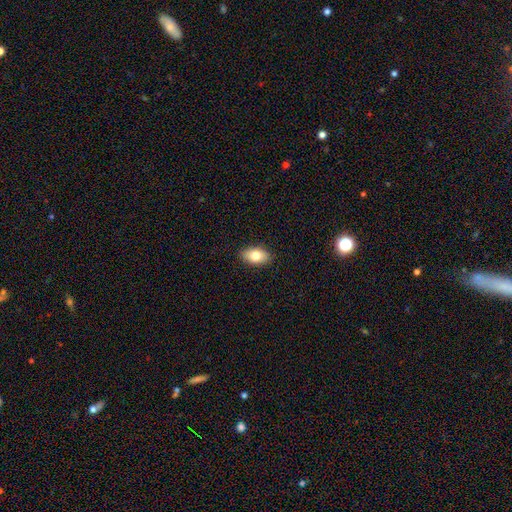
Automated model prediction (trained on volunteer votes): The model was most divided on "smooth or featured": smooth: 79%, featured or disk: 14%, star or artifact: 7%. More confident: how rounded — in between (91%); merging — none (89%).